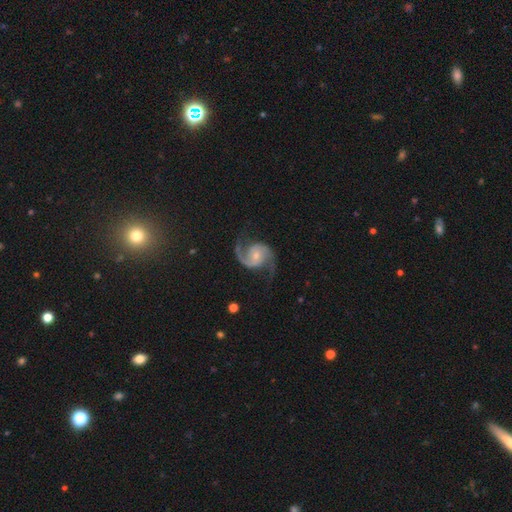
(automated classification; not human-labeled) Smooth or featured?
  - featured or disk: 91% *
  - star or artifact: 5%
  - smooth: 4%
Edge-on disk?
  - no: 98% *
  - yes: 2%
Bar?
  - no: 58% *
  - weak: 32%
  - strong: 9%
Spiral arms?
  - yes: 98% *
  - no: 2%
Spiral winding?
  - medium: 53% *
  - loose: 35%
  - tight: 12%
Spiral arm count?
  - 2: 94% *
  - 1: 2%
  - can't tell: 1%
  - 3: 1%
  - 4: 1%
  - more than 4: 1%
Bulge size?
  - small: 64% *
  - moderate: 30%
  - none: 3%
  - large: 2%
  - dominant: 1%
Merging?
  - none: 77% *
  - minor disturbance: 14%
  - major disturbance: 8%
  - merger: 1%